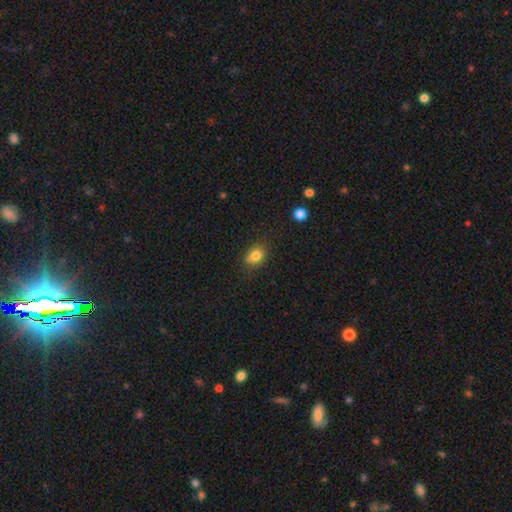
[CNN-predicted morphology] Smooth or featured? Predicted: smooth (p=0.80). How rounded? Predicted: in between (p=0.62). Merging? Predicted: none (p=0.72).